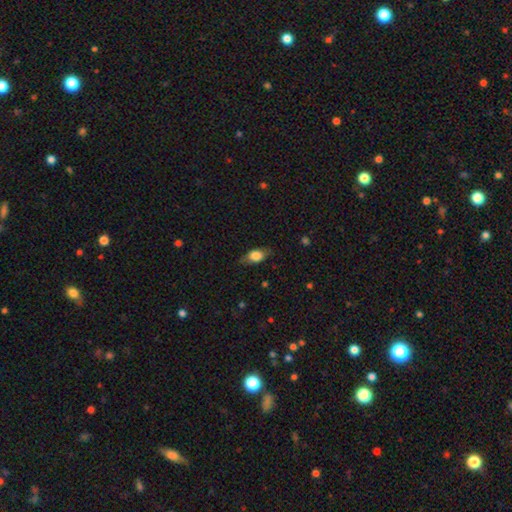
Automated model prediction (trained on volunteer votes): Smooth or featured: smooth — 74% (featured or disk — 19%)
How rounded: in between — 83% (round — 9%)
Merging: none — 77% (minor disturbance — 18%)